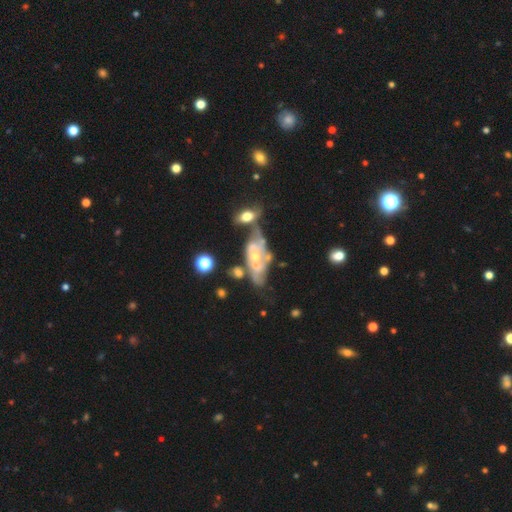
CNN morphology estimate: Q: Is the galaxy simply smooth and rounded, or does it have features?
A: featured or disk — 72%.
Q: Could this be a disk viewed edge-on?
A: no — 92%.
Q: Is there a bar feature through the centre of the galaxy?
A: no — 80%.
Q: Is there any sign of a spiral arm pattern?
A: yes — 51%.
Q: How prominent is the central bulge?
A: small — 50%.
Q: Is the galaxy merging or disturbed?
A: merger — 43%.